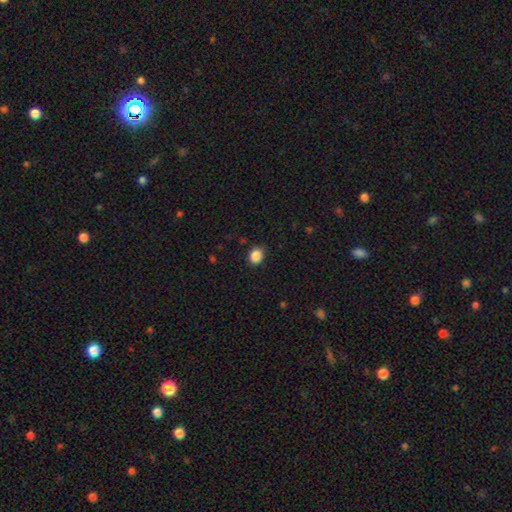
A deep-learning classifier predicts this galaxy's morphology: smooth_or_featured: smooth (p=0.87) [alt: star or artifact p=0.10]
how_rounded: round (p=0.61) [alt: in between p=0.38]
merging: none (p=0.87) [alt: minor disturbance p=0.10]